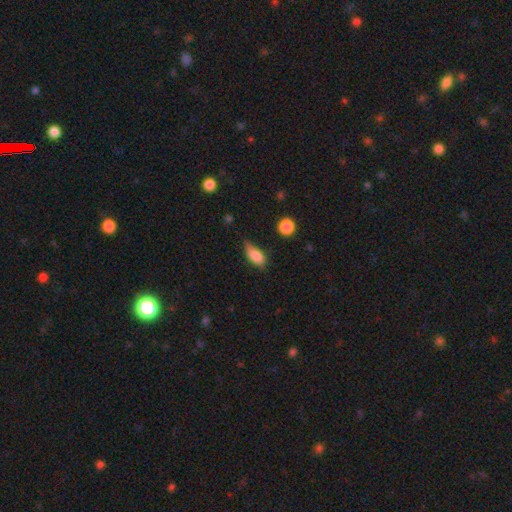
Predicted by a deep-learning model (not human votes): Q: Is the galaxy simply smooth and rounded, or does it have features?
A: smooth — 81%.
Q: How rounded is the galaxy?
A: in between — 83%.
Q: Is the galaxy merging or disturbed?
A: none — 52%.